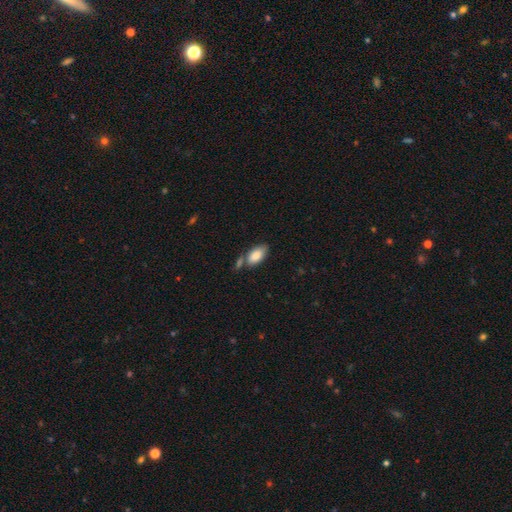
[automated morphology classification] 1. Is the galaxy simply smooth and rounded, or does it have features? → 84% smooth, 9% featured or disk, 7% star or artifact.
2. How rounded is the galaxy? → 93% in between, 4% cigar-shaped, 3% round.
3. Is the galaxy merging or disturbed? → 53% none, 25% merger, 17% minor disturbance, 5% major disturbance.